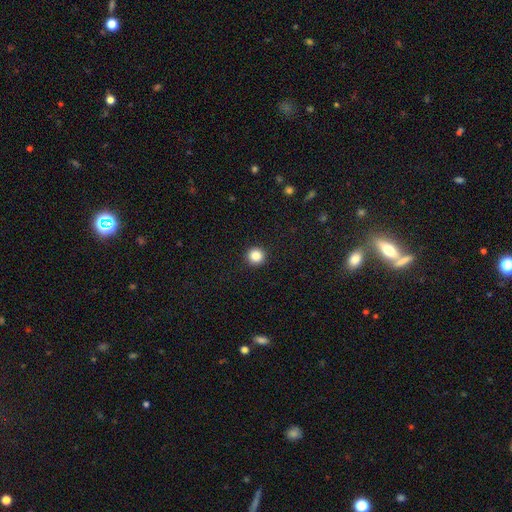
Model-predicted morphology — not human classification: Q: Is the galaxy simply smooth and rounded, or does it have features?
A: smooth — 86%.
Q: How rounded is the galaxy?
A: round — 96%.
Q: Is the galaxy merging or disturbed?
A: none — 93%.